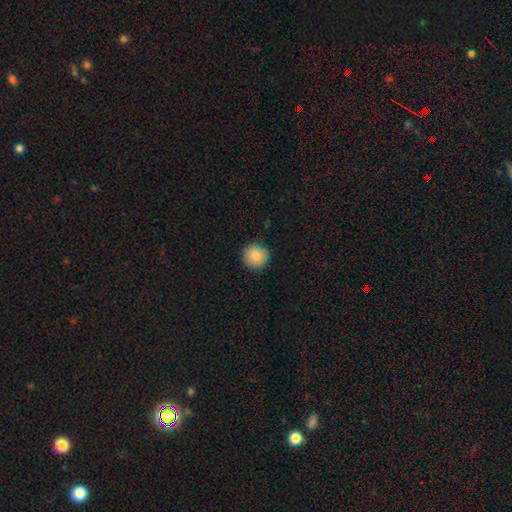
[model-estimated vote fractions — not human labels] Smooth or featured? Predicted: smooth (p=0.84). How rounded? Predicted: round (p=0.93). Merging? Predicted: none (p=0.88).